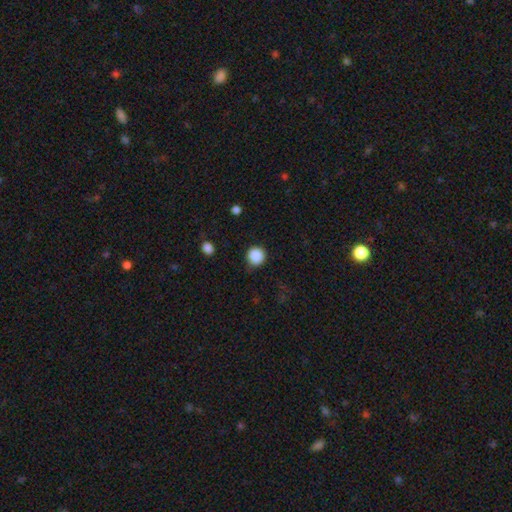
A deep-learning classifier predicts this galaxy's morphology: Smooth or featured: smooth — 88% (star or artifact — 10%)
How rounded: round — 94% (in between — 5%)
Merging: none — 86% (minor disturbance — 9%)